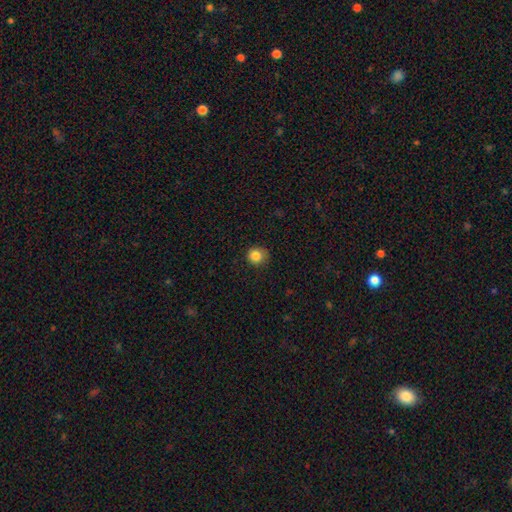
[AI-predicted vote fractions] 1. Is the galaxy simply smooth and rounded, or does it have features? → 85% smooth, 11% star or artifact, 4% featured or disk.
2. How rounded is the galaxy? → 90% round, 9% in between, 1% cigar-shaped.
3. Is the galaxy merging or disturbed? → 81% none, 15% minor disturbance, 3% major disturbance, 1% merger.